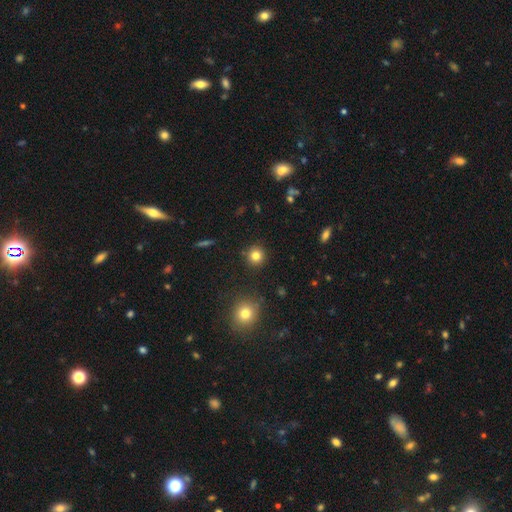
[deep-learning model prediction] A smooth galaxy with no disk features (82%) that is round (94%). Merging: none (91%).